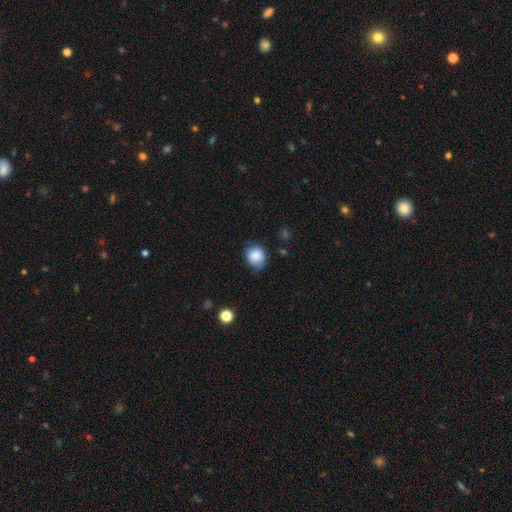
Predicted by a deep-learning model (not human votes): smooth-or-featured: smooth: 84% | star or artifact: 9% | featured or disk: 8%
  how-rounded: round: 71% | in between: 29% | cigar-shaped: 1%
  merging: none: 58% | minor disturbance: 33% | major disturbance: 7% | merger: 2%